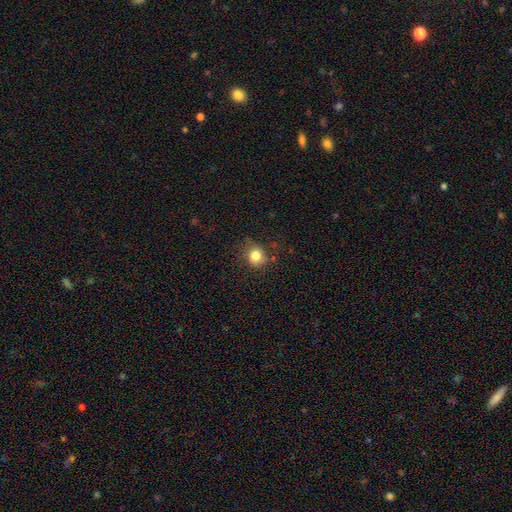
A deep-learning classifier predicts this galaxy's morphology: smooth-or-featured: smooth: 81% | star or artifact: 12% | featured or disk: 7%
  how-rounded: round: 80% | in between: 19% | cigar-shaped: 1%
  merging: none: 73% | minor disturbance: 19% | major disturbance: 5% | merger: 2%